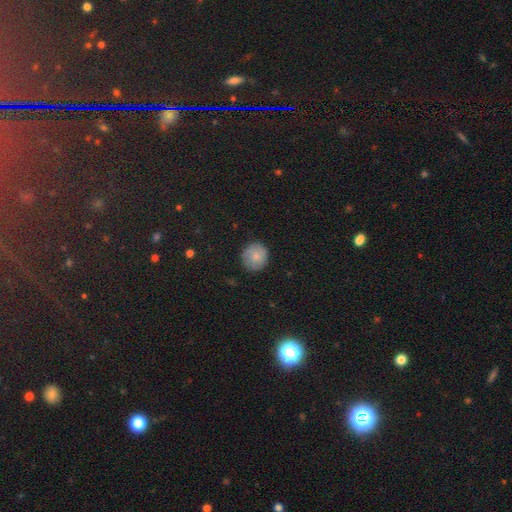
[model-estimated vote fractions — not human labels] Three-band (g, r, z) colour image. It shows a smooth galaxy with no disk features (79%) that is round (91%). Merging: none (85%).